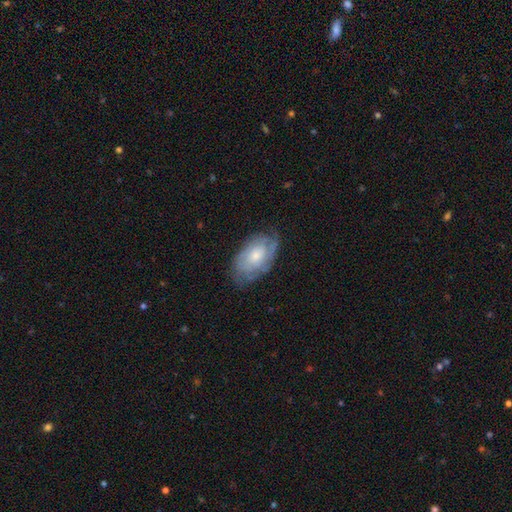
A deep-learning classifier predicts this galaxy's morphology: type=featured or disk (56%); edge-on=no (94%); bar=no (79%); spiral arms=yes (73%); bulge=moderate (48%); merging=none (65%).